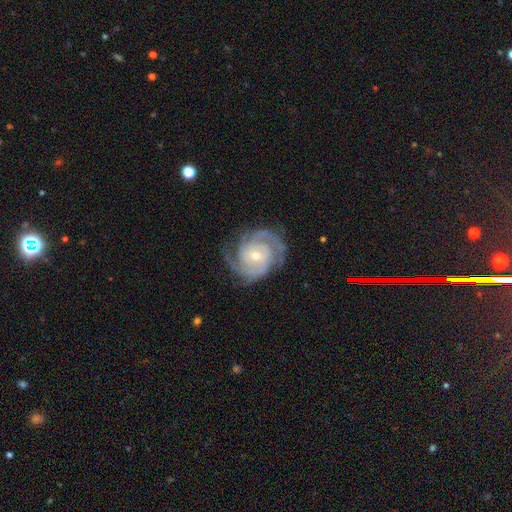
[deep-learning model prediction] Smooth or featured? featured or disk (91%)
Edge-on disk? no (98%)
Bar? no (67%)
Spiral arms? yes (98%)
Spiral winding? tight (69%)
Spiral arm count? 2 (37%)
Bulge size? small (57%)
Merging? none (78%)